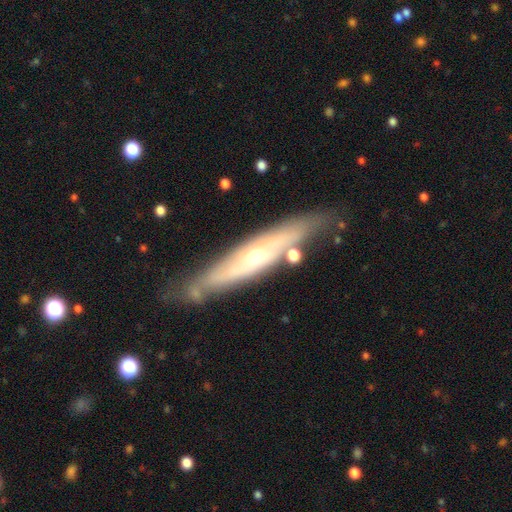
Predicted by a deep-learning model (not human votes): A featured or disk galaxy (63%) viewed edge-on (61%). Merging: none (73%).